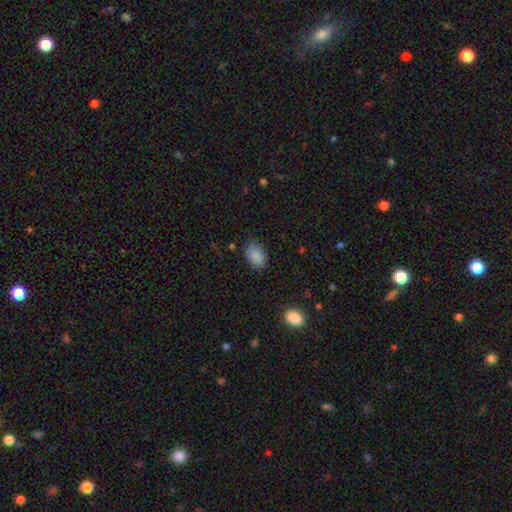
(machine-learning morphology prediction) A smooth galaxy with no disk features (87%) that is in between round and cigar-shaped (87%). Merging: none (77%).